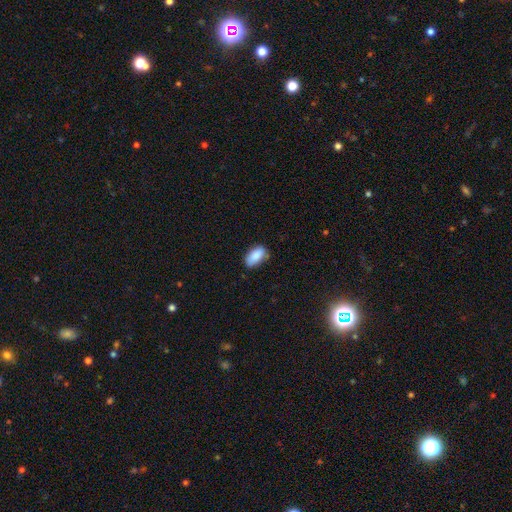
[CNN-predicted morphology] This is clearly a smooth galaxy (86%). How rounded: clearly in between (92%). Merging: likely none (71%).